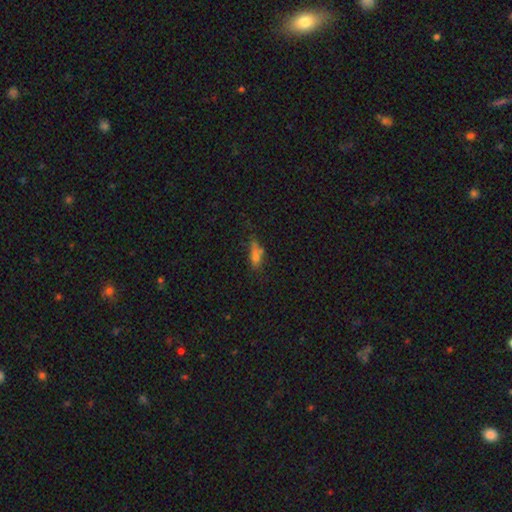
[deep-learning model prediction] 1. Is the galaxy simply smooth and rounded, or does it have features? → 61% smooth, 20% star or artifact, 18% featured or disk.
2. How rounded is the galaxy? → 62% in between, 32% cigar-shaped, 7% round.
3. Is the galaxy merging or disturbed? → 49% none, 26% minor disturbance, 15% major disturbance, 11% merger.